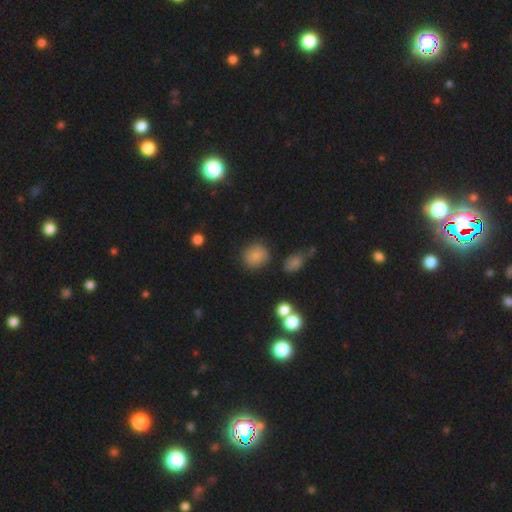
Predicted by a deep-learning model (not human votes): Smooth or featured?
  - smooth: 78% *
  - star or artifact: 13%
  - featured or disk: 9%
How rounded?
  - round: 82% *
  - in between: 17%
  - cigar-shaped: 1%
Merging?
  - none: 79% *
  - minor disturbance: 13%
  - merger: 4%
  - major disturbance: 4%